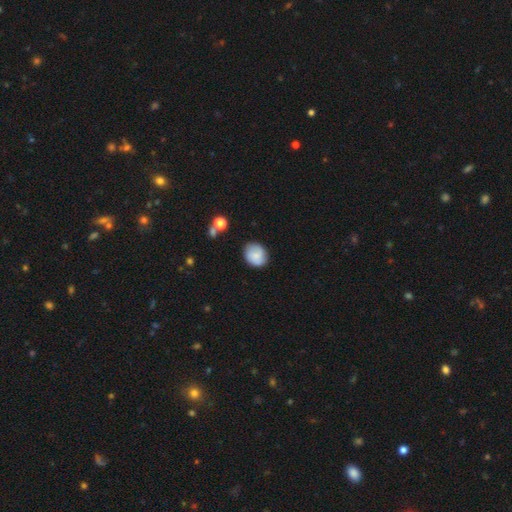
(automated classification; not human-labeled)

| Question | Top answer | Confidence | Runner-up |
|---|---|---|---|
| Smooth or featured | smooth | 77% | featured or disk (15%) |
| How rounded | round | 61% | in between (38%) |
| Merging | none | 80% | minor disturbance (15%) |